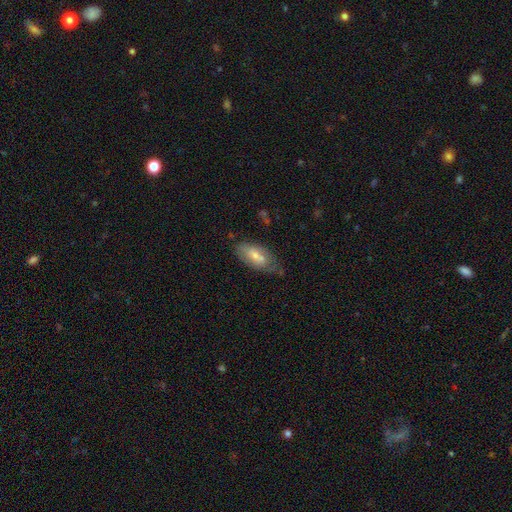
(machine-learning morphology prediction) This is likely a smooth galaxy (61%). How rounded: clearly in between (88%). Merging: possibly none (54%).